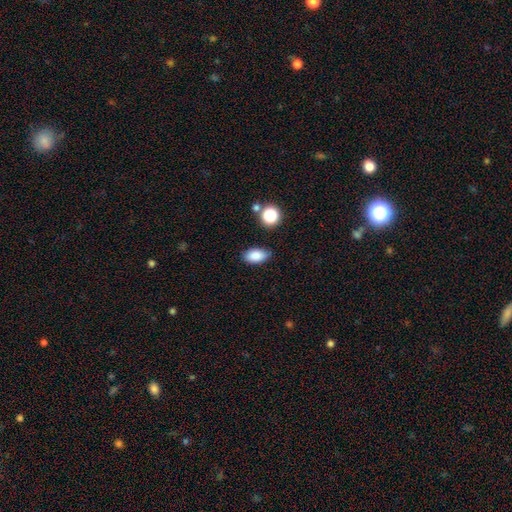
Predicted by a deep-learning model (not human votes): Morphology: type=smooth (86%); roundness=in between (90%); merging=none (84%).